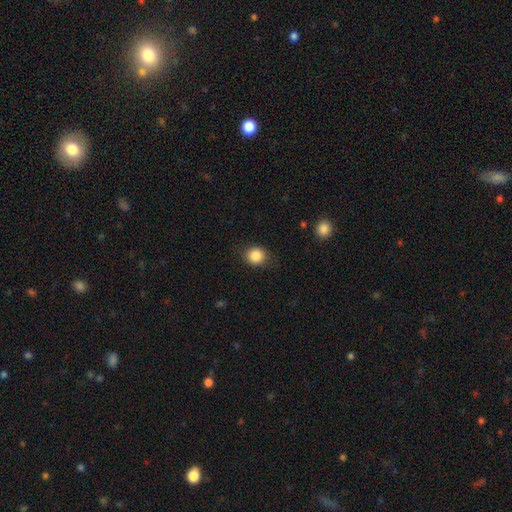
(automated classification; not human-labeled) Morphology: type=smooth (86%); roundness=round (80%); merging=none (83%).